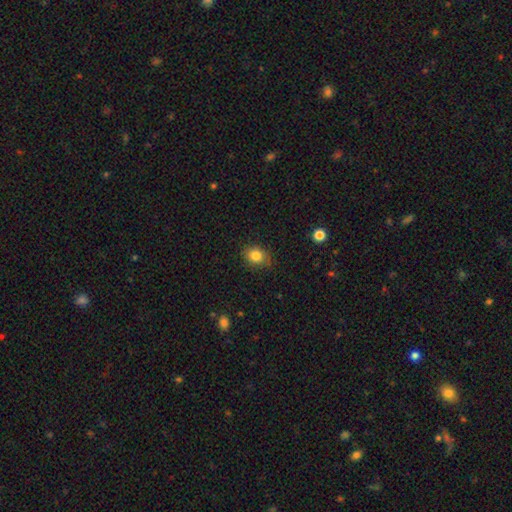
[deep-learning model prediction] smooth 84%, star or artifact 10%, featured or disk 6%. Down the decision tree: how rounded — round (54%); merging — none (80%).